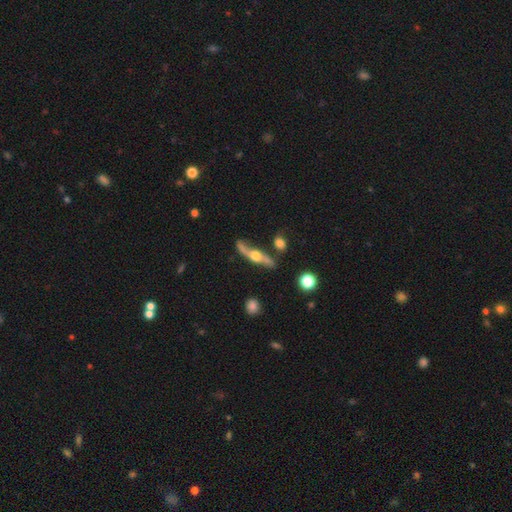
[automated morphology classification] smooth_or_featured: featured or disk (p=0.79) [alt: smooth p=0.16]
disk_edge_on: yes (p=0.64) [alt: no p=0.36]
edge_on_bulge: rounded (p=0.94) [alt: boxy p=0.03]
merging: none (p=0.64) [alt: minor disturbance p=0.20]